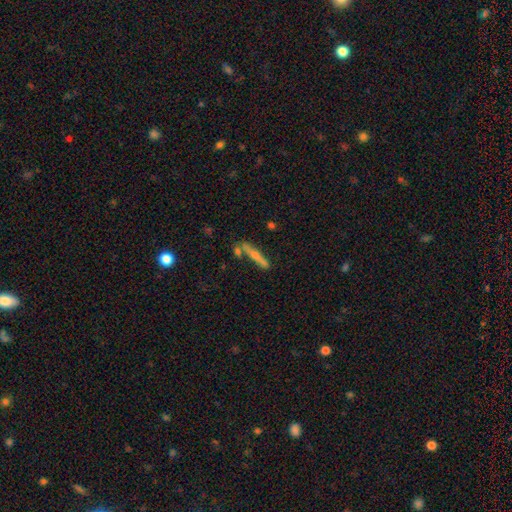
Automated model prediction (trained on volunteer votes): Smooth or featured? featured or disk (50%)
Edge-on disk? yes (94%)
Merging? none (71%)